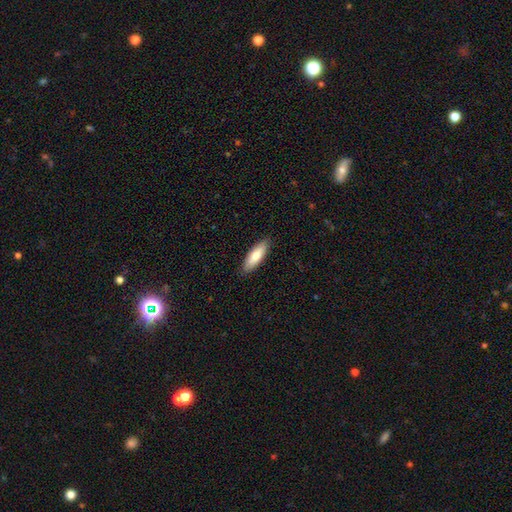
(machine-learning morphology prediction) A smooth galaxy with no disk features (77%) that is in between round and cigar-shaped (55%).

Vote fractions:
- Smooth or featured? smooth: 77% / featured or disk: 17% / star or artifact: 6%
- How rounded? in between: 55% / cigar-shaped: 44% / round: 2%
- Merging? none: 88% / minor disturbance: 9% / major disturbance: 2% / merger: 1%